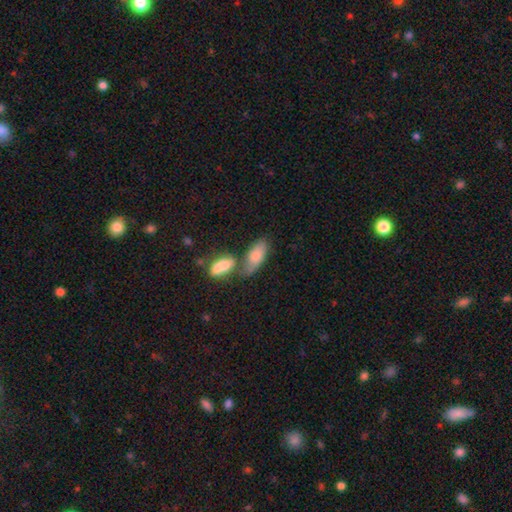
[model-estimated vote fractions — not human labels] Smooth or featured? Predicted: smooth (p=0.70). How rounded? Predicted: in between (p=0.84). Merging? Predicted: merger (p=0.47).